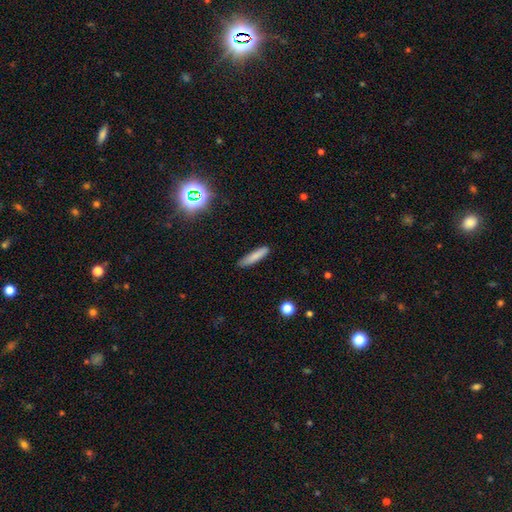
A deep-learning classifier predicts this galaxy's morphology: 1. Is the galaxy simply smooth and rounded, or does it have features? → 82% smooth, 10% featured or disk, 8% star or artifact.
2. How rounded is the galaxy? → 85% cigar-shaped, 14% in between, 1% round.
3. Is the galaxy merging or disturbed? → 85% none, 11% minor disturbance, 2% major disturbance, 1% merger.